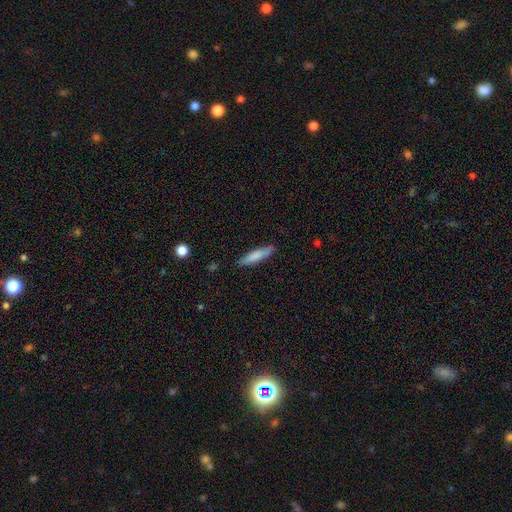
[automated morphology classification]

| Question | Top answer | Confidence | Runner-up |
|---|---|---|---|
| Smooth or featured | smooth | 77% | featured or disk (17%) |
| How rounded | cigar-shaped | 84% | in between (15%) |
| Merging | none | 85% | minor disturbance (12%) |